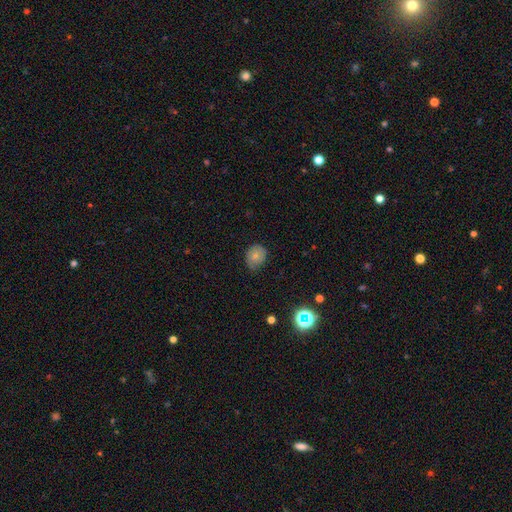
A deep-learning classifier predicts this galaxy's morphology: Smooth or featured? smooth (72%)
How rounded? round (68%)
Merging? none (65%)